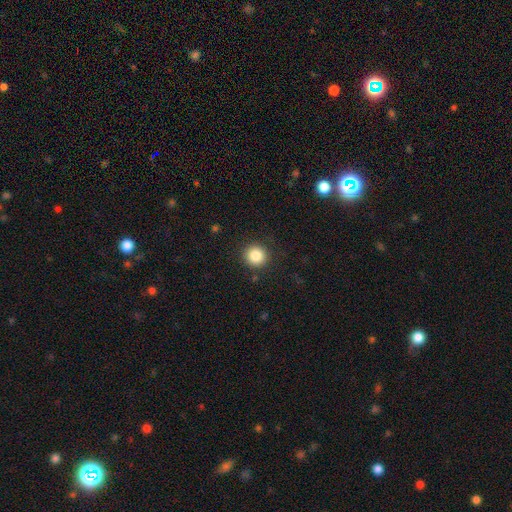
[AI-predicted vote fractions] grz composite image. It shows a smooth galaxy with no disk features (85%) that is round (94%). Merging: none (90%).